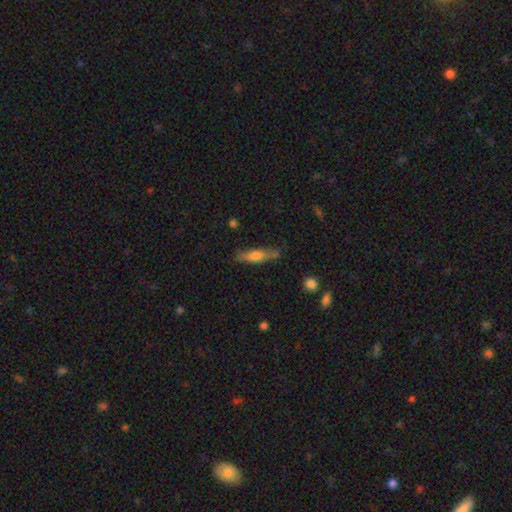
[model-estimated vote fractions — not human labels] This is possibly a smooth galaxy (58%). How rounded: likely cigar-shaped (78%). Merging: likely none (79%).